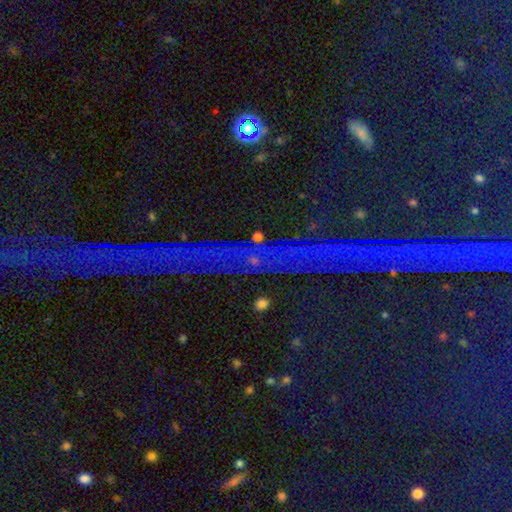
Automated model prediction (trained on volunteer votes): star or artifact 82%, featured or disk 9%, smooth 9%.